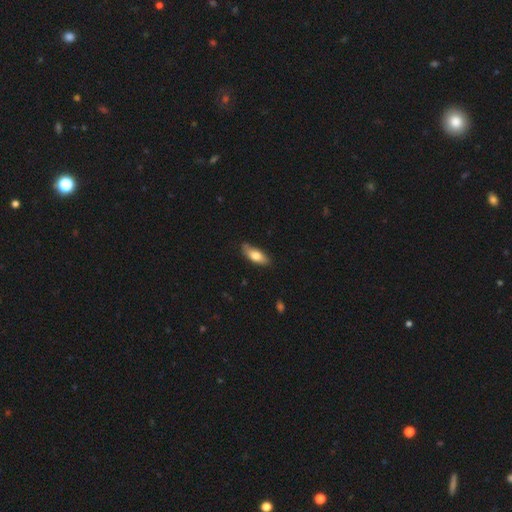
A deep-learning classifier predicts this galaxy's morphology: smooth-or-featured: smooth: 69% | featured or disk: 25% | star or artifact: 6%
  how-rounded: in between: 71% | cigar-shaped: 27% | round: 3%
  merging: none: 76% | minor disturbance: 20% | major disturbance: 3% | merger: 2%